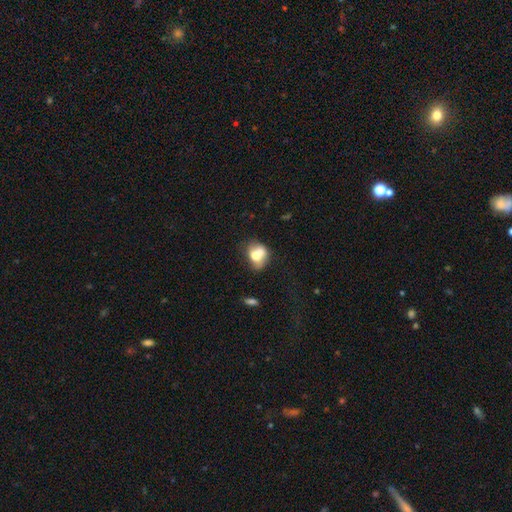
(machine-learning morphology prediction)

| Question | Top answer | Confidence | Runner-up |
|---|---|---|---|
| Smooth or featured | smooth | 64% | featured or disk (27%) |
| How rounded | round | 53% | in between (46%) |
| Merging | merger | 50% | none (28%) |